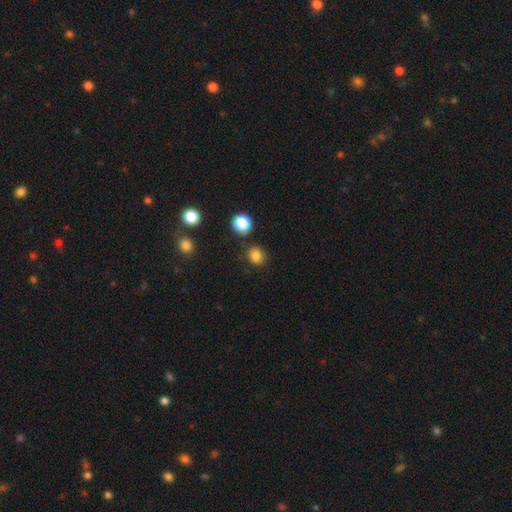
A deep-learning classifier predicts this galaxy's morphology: Q: Smooth or featured?
A: smooth (83%); runner-up: star or artifact (13%)
Q: How rounded?
A: round (78%); runner-up: in between (21%)
Q: Merging?
A: none (82%); runner-up: minor disturbance (11%)